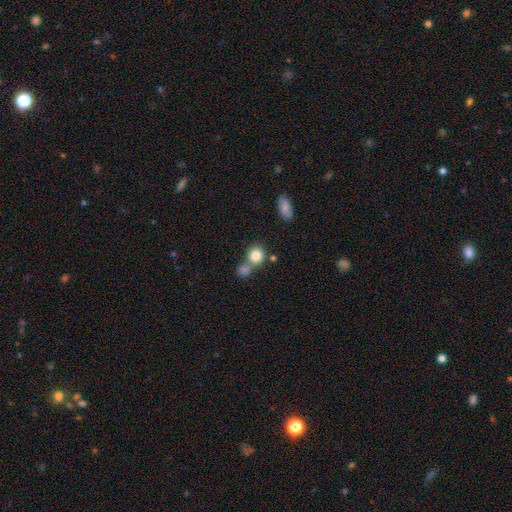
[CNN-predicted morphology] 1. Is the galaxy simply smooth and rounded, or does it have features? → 82% smooth, 10% star or artifact, 8% featured or disk.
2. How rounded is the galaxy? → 85% round, 14% in between, 1% cigar-shaped.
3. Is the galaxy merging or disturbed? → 50% none, 37% merger, 9% minor disturbance, 4% major disturbance.